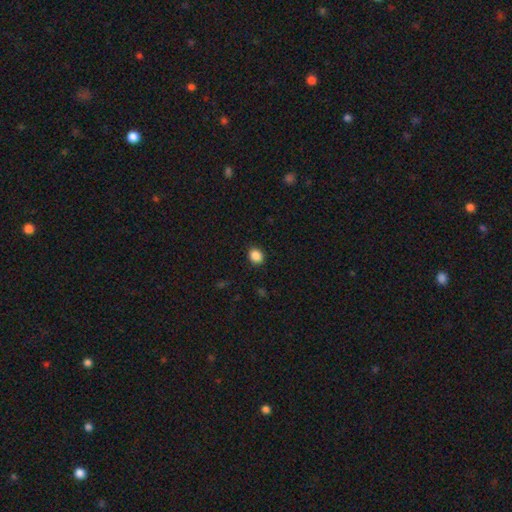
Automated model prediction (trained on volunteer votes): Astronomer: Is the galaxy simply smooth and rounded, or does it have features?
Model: smooth — 87%.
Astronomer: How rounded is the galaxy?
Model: round — 60% (runner-up: in between, 40%).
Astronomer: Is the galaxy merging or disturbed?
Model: none — 90%.